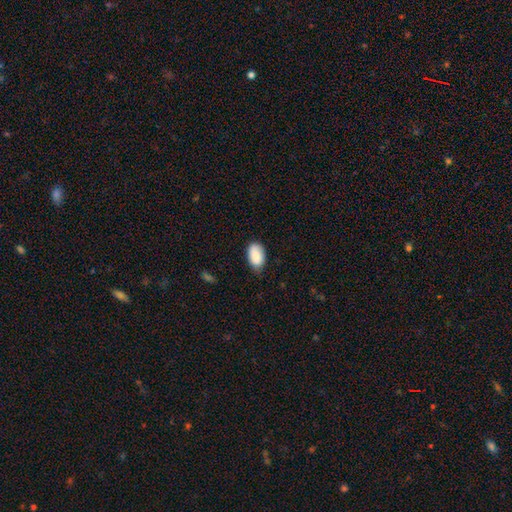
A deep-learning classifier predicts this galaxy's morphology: Smooth or featured: smooth — 88% (star or artifact — 7%)
How rounded: in between — 94% (round — 5%)
Merging: none — 67% (minor disturbance — 27%)